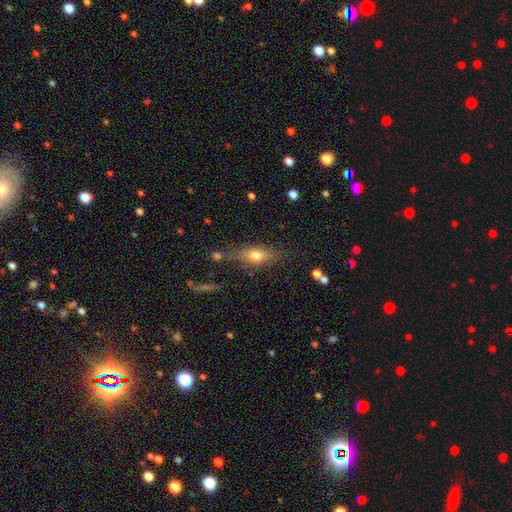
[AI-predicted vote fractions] The model was most divided on "smooth or featured": smooth: 46%, featured or disk: 40%, star or artifact: 13%. More confident: merging — none (66%).